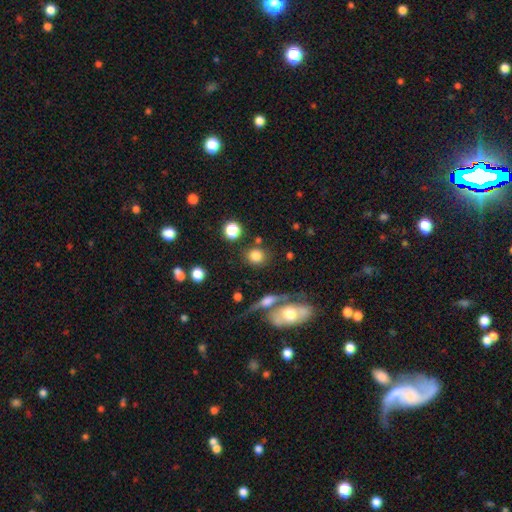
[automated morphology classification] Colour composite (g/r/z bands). It shows a smooth galaxy with no disk features (81%) that is round (73%). Merging: none (77%).